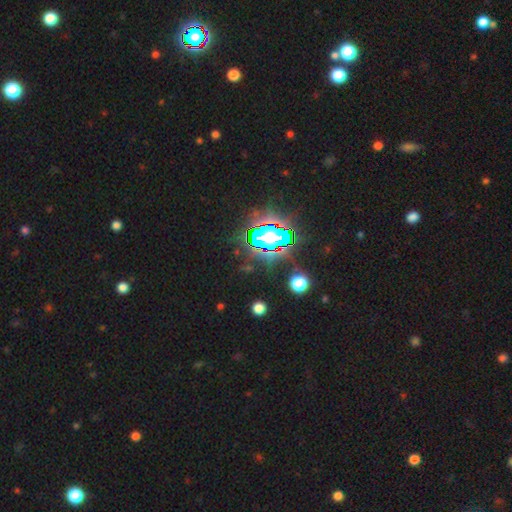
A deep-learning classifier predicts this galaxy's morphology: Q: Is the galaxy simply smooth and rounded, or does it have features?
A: star or artifact — 82%.